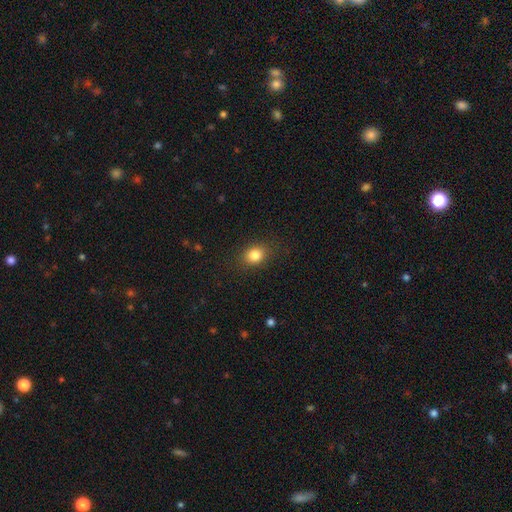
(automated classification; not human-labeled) The model was most divided on "how rounded": round: 52%, in between: 47%, cigar-shaped: 1%. More confident: merging — none (85%); smooth or featured — smooth (83%).